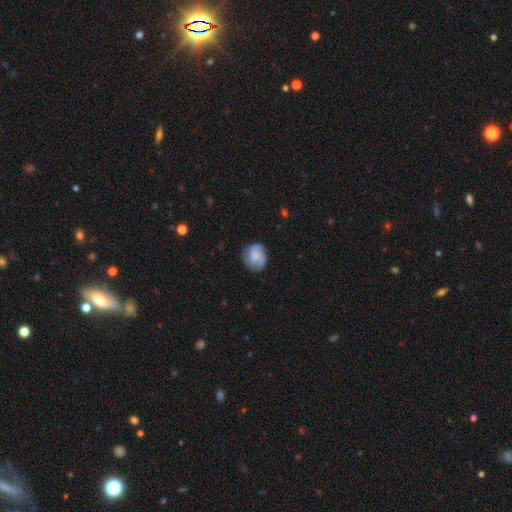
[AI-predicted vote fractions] smooth_or_featured: smooth (p=0.48) [alt: featured or disk p=0.45]
merging: none (p=0.74) [alt: minor disturbance p=0.19]